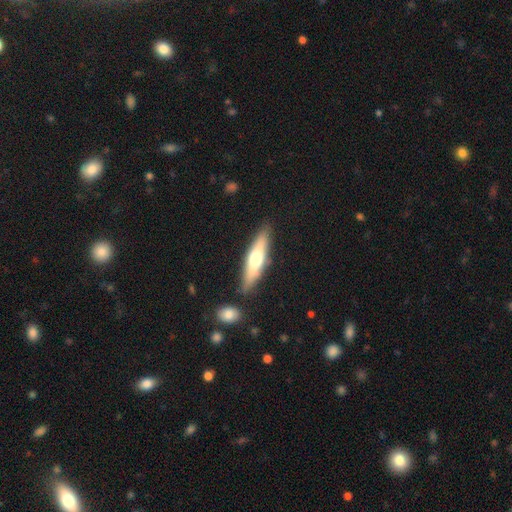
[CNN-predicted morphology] This is possibly a smooth galaxy (50%). Merging: clearly none (84%).